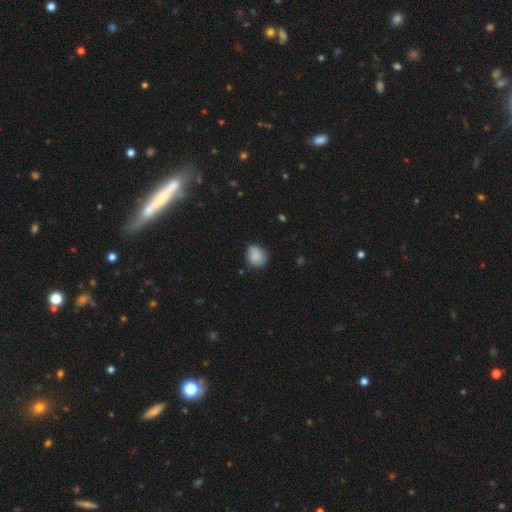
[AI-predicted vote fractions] Smooth or featured? smooth (74%)
How rounded? round (73%)
Merging? none (62%)